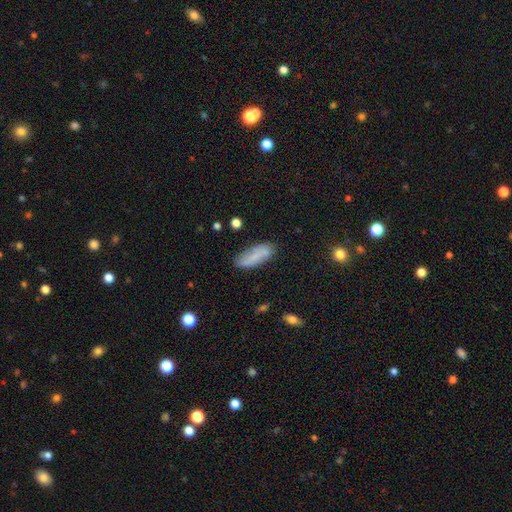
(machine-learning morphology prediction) type=smooth (69%); roundness=in between (68%); merging=none (69%).